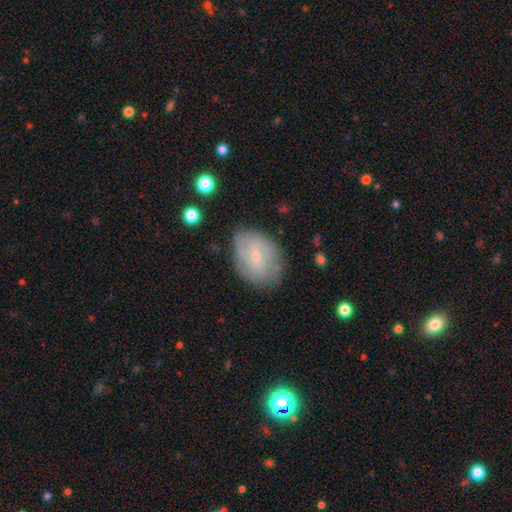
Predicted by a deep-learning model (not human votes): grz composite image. It shows a featured or disk galaxy (51%). Merging: none (73%).